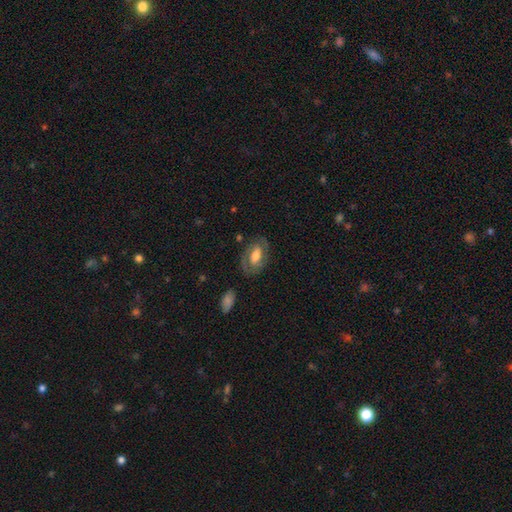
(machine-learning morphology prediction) This is possibly a featured or disk galaxy (52%). It is clearly not viewed edge-on (92%). Merging: likely none (73%).